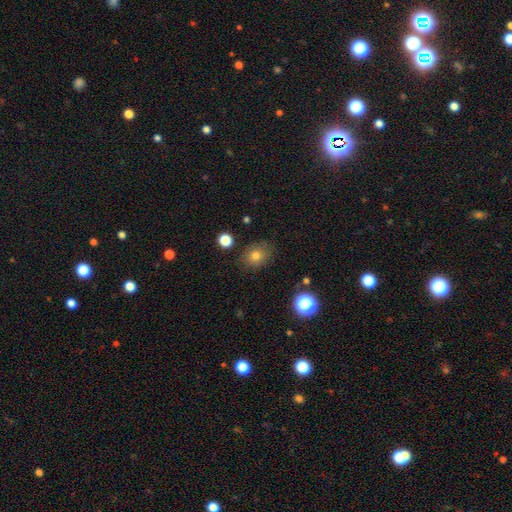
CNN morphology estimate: Smooth or featured?
  - smooth: 76% *
  - star or artifact: 13%
  - featured or disk: 11%
How rounded?
  - round: 57% *
  - in between: 42%
  - cigar-shaped: 1%
Merging?
  - none: 77% *
  - minor disturbance: 16%
  - major disturbance: 4%
  - merger: 2%